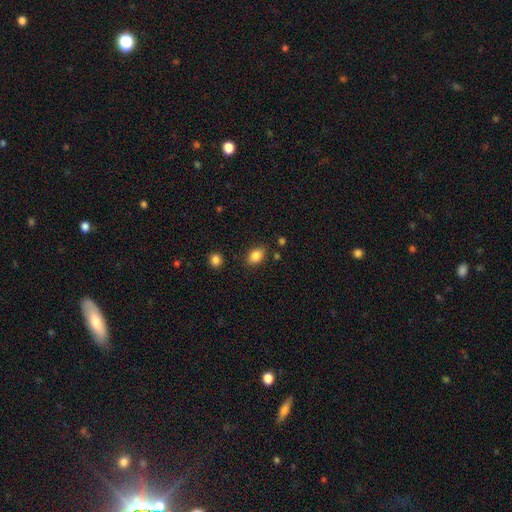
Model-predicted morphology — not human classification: Smooth or featured? smooth (85%)
How rounded? in between (79%)
Merging? none (82%)